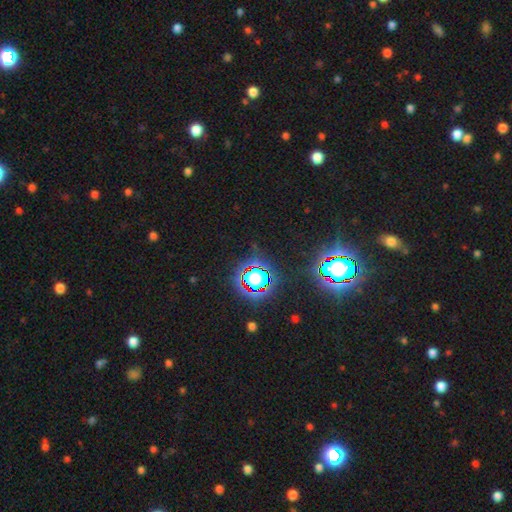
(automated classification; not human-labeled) smooth_or_featured: star or artifact (p=0.79) [alt: smooth p=0.13]